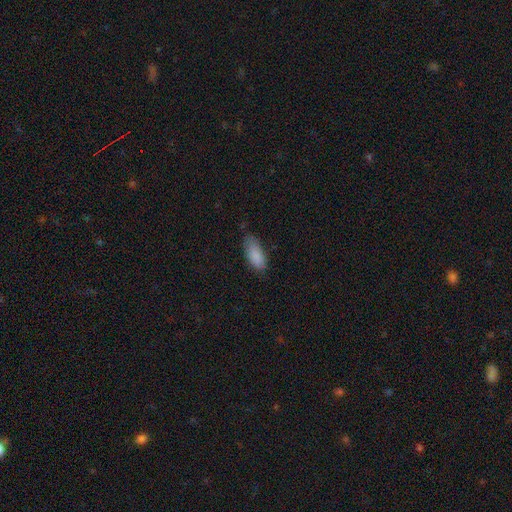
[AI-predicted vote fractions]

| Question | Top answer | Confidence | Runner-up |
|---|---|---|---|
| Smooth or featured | smooth | 88% | star or artifact (7%) |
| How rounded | in between | 82% | cigar-shaped (16%) |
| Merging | none | 66% | minor disturbance (27%) |